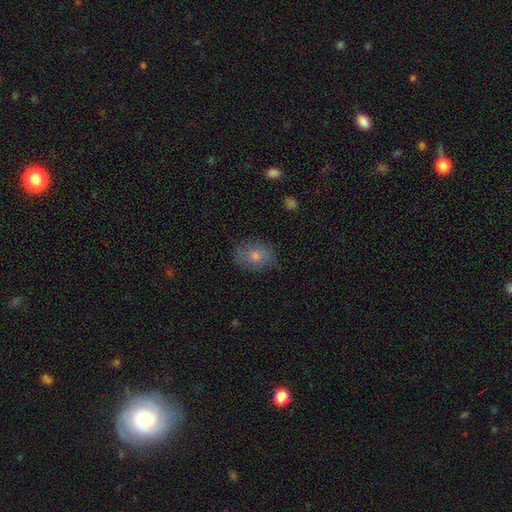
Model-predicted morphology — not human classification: type=smooth (70%); roundness=in between (64%); merging=none (81%).